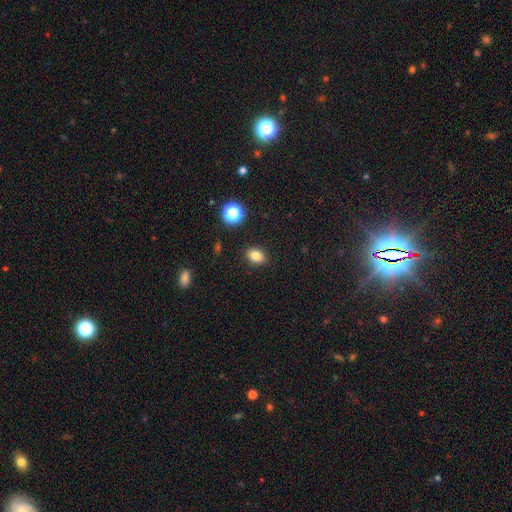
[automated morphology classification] Smooth or featured? smooth (82%)
How rounded? in between (69%)
Merging? none (88%)